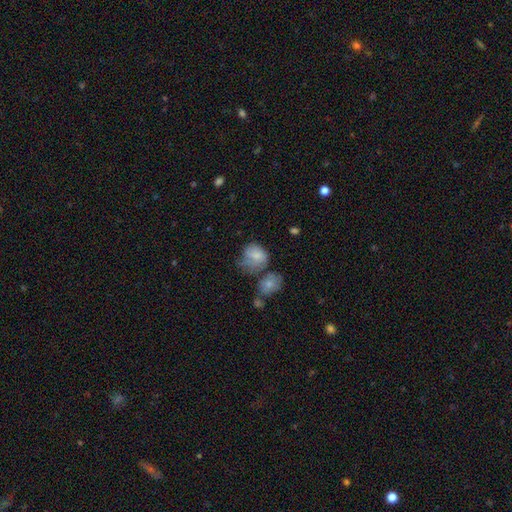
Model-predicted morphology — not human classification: Smooth or featured? smooth (70%)
How rounded? round (55%)
Merging? none (30%, tied with minor disturbance)